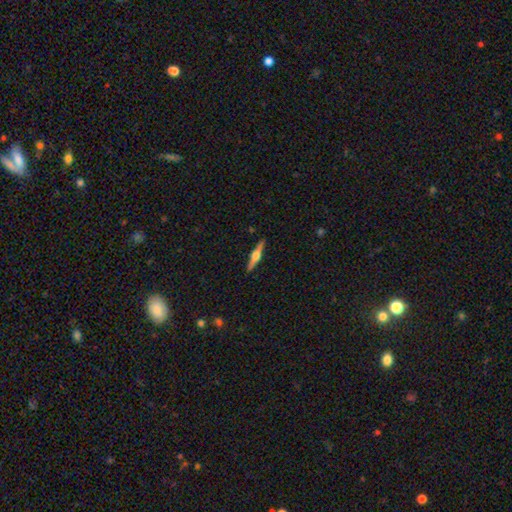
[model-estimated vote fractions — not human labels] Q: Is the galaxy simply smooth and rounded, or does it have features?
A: featured or disk — 76%.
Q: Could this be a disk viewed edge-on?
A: yes — 98%.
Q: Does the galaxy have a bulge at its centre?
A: rounded — 93%.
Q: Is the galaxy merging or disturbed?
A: none — 92%.